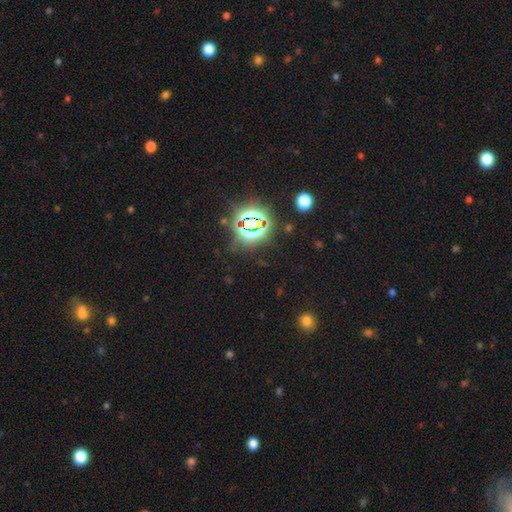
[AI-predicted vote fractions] The model was most divided on "smooth or featured": star or artifact: 83%, smooth: 11%, featured or disk: 6%.